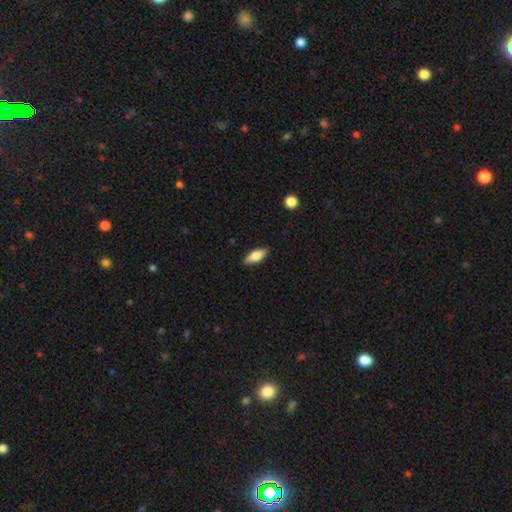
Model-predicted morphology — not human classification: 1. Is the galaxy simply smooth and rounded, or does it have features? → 72% smooth, 22% featured or disk, 7% star or artifact.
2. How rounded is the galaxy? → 74% in between, 24% cigar-shaped, 3% round.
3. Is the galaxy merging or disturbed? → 87% none, 10% minor disturbance, 2% major disturbance, 1% merger.